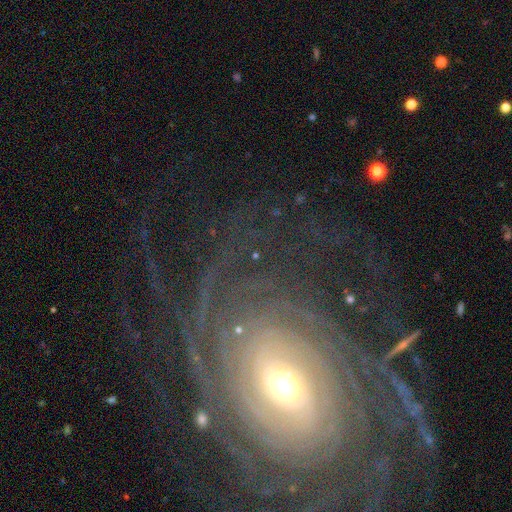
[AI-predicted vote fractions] A featured or disk galaxy (49%).

Vote fractions:
- Smooth or featured? featured or disk: 49% / star or artifact: 36% / smooth: 15%
- Merging? none: 73% / minor disturbance: 14% / major disturbance: 10% / merger: 4%